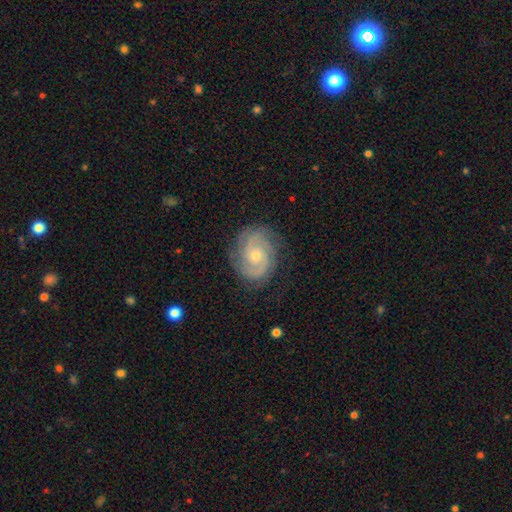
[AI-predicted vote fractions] The model was most divided on "spiral winding": tight: 54%, medium: 38%, loose: 8%. More confident: edge-on disk — no (98%); spiral arms — yes (97%); smooth or featured — featured or disk (87%); merging — none (81%); bar — no (71%); bulge size — small (59%); spiral arm count — 2 (55%).